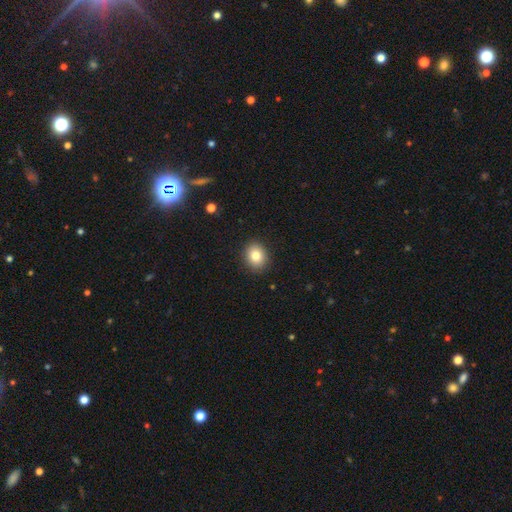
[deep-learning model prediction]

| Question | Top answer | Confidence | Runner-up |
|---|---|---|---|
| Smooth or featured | smooth | 82% | star or artifact (10%) |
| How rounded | round | 66% | in between (34%) |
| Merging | none | 91% | minor disturbance (7%) |